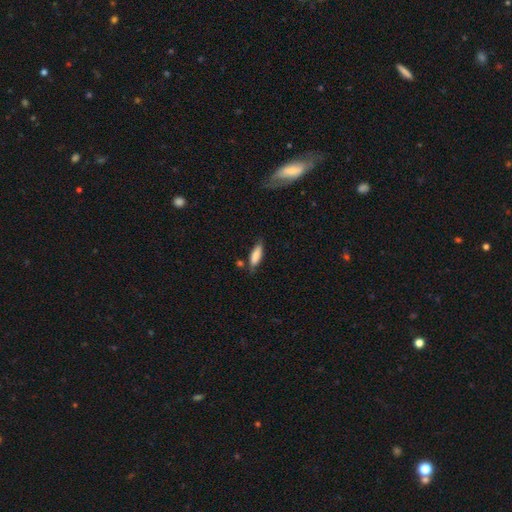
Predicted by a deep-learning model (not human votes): smooth-or-featured: smooth: 84% | featured or disk: 9% | star or artifact: 6%
  how-rounded: in between: 55% | cigar-shaped: 44% | round: 2%
  merging: none: 69% | minor disturbance: 20% | merger: 6% | major disturbance: 4%